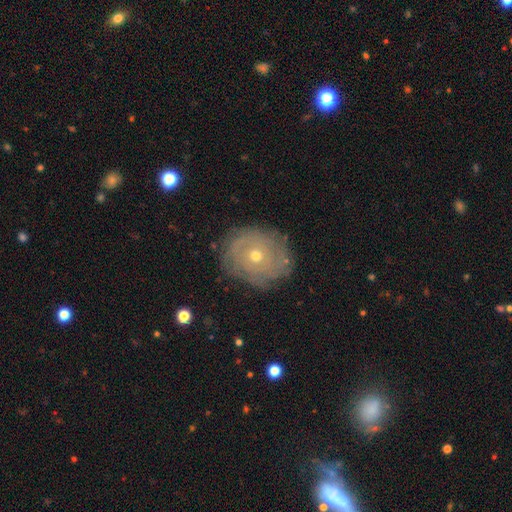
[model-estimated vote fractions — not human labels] Smooth or featured?
  - featured or disk: 67% *
  - smooth: 24%
  - star or artifact: 9%
Edge-on disk?
  - no: 96% *
  - yes: 4%
Bar?
  - no: 88% *
  - weak: 9%
  - strong: 2%
Spiral arms?
  - yes: 71% *
  - no: 29%
Bulge size?
  - small: 49% *
  - moderate: 48%
  - large: 1%
  - dominant: 1%
  - none: 1%
Merging?
  - none: 75% *
  - minor disturbance: 17%
  - major disturbance: 6%
  - merger: 1%